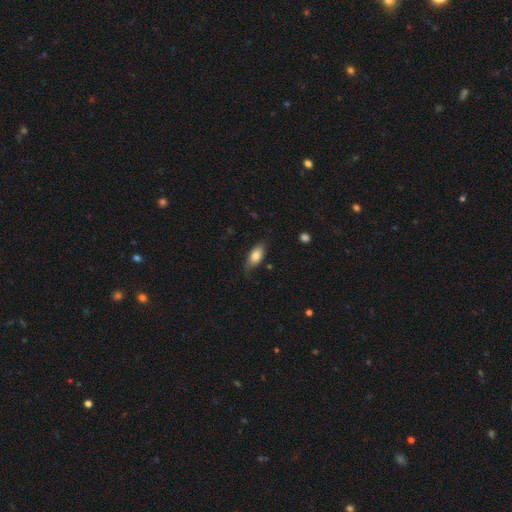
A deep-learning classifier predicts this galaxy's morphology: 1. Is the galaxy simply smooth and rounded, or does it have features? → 77% smooth, 16% featured or disk, 7% star or artifact.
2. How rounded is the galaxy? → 87% in between, 9% cigar-shaped, 4% round.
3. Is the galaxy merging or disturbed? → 66% none, 26% minor disturbance, 6% major disturbance, 2% merger.